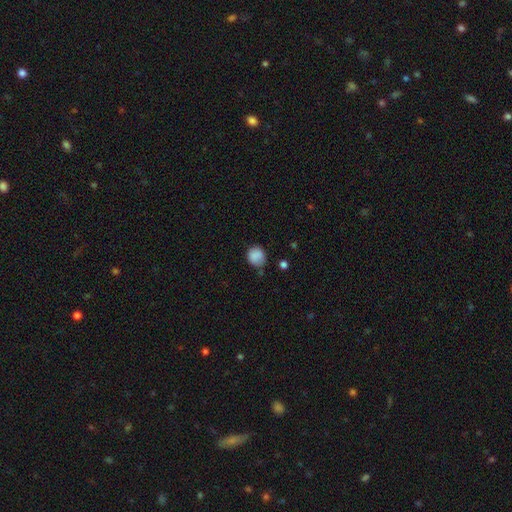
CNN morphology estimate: Smooth or featured? Predicted: smooth (p=0.85). How rounded? Predicted: round (p=0.76). Merging? Predicted: none (p=0.63).